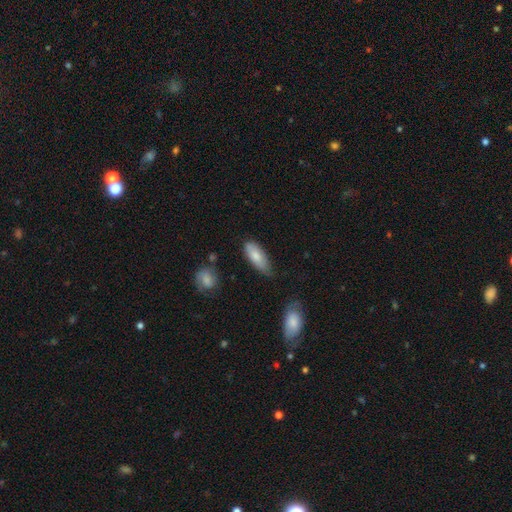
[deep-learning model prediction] This is likely a smooth galaxy (79%). How rounded: likely in between (78%). Merging: possibly none (59%).